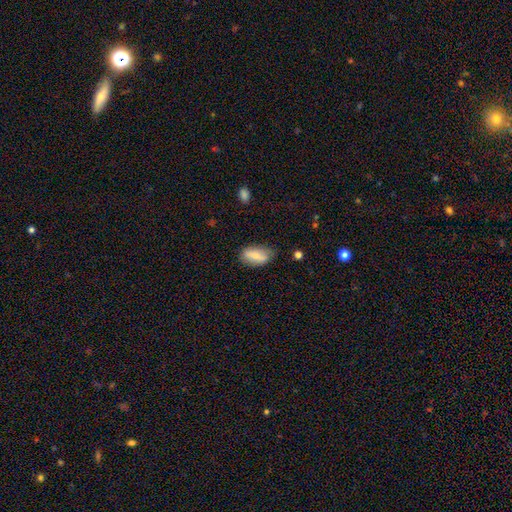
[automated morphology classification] smooth-or-featured: smooth: 68% | featured or disk: 25% | star or artifact: 7%
  how-rounded: in between: 89% | cigar-shaped: 6% | round: 5%
  merging: none: 72% | minor disturbance: 21% | major disturbance: 5% | merger: 2%